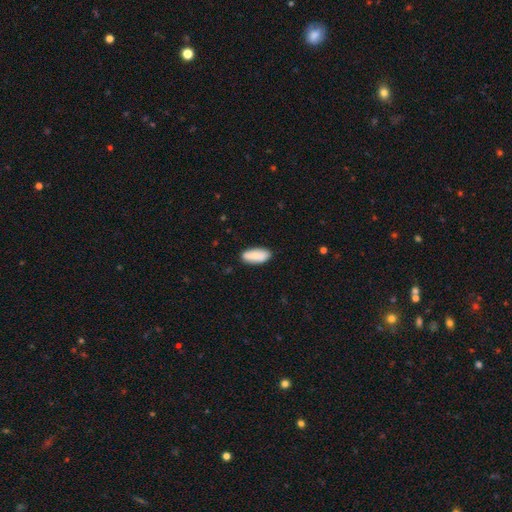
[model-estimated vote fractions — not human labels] smooth-or-featured: smooth: 83% | featured or disk: 11% | star or artifact: 6%
  how-rounded: in between: 85% | cigar-shaped: 13% | round: 2%
  merging: none: 84% | minor disturbance: 12% | major disturbance: 2% | merger: 1%